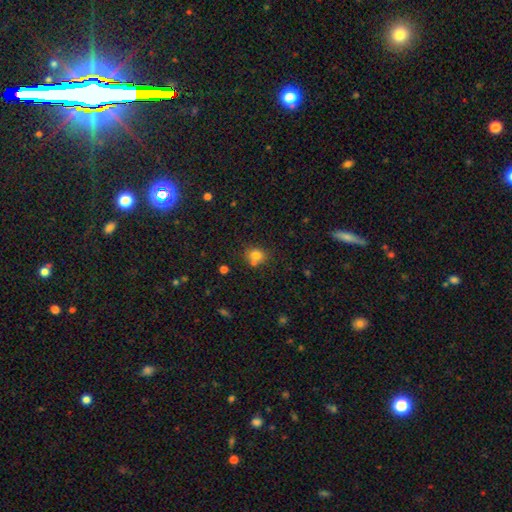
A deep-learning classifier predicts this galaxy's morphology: smooth-or-featured: smooth: 77% | star or artifact: 14% | featured or disk: 9%
  how-rounded: round: 66% | in between: 33% | cigar-shaped: 1%
  merging: none: 58% | merger: 26% | minor disturbance: 12% | major disturbance: 4%